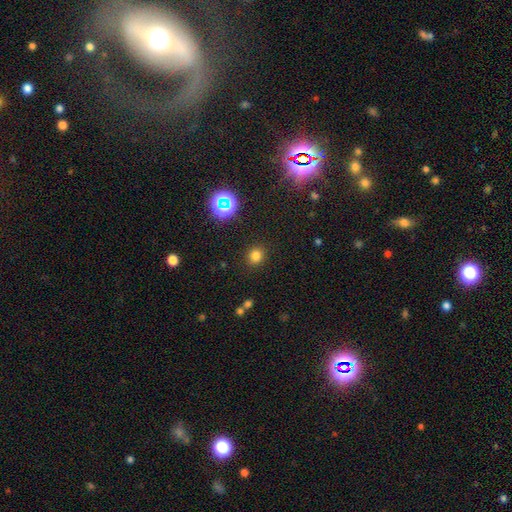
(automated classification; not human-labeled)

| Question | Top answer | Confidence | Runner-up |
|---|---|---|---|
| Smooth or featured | smooth | 76% | star or artifact (18%) |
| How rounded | round | 82% | in between (17%) |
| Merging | none | 89% | minor disturbance (7%) |